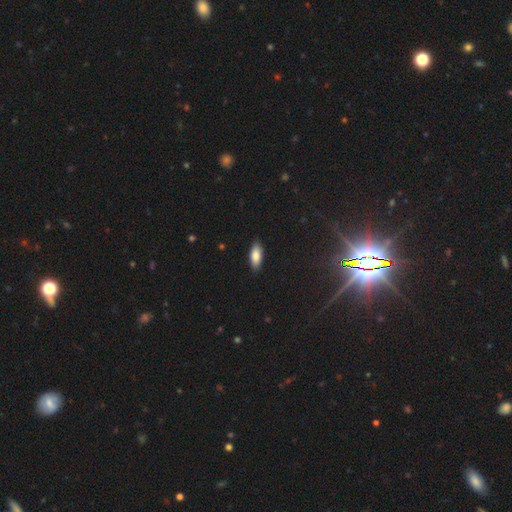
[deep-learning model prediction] A smooth galaxy with no disk features (83%) that is in between round and cigar-shaped (81%).

Vote fractions:
- Smooth or featured? smooth: 83% / featured or disk: 10% / star or artifact: 6%
- How rounded? in between: 81% / cigar-shaped: 17% / round: 2%
- Merging? none: 88% / minor disturbance: 9% / major disturbance: 2% / merger: 1%